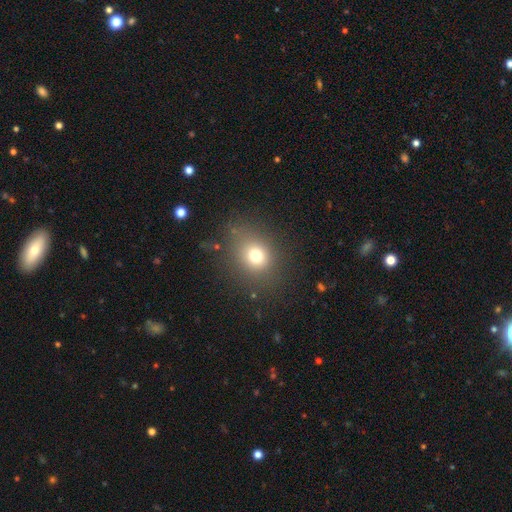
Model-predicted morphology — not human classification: A smooth galaxy with no disk features (73%) that is round (71%). Merging: none (80%).